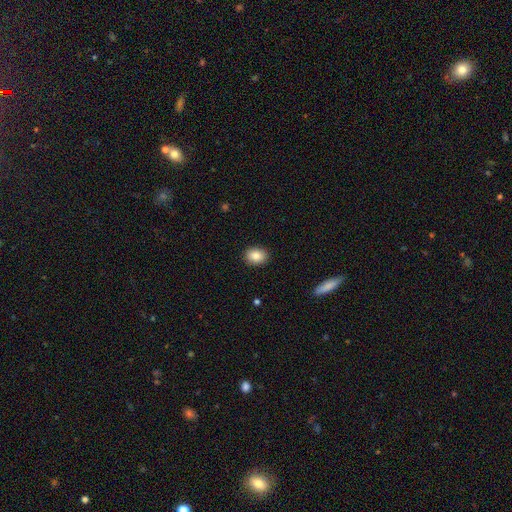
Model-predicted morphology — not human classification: Smooth or featured?
  - smooth: 86% *
  - star or artifact: 8%
  - featured or disk: 6%
How rounded?
  - in between: 60% *
  - round: 39%
  - cigar-shaped: 1%
Merging?
  - none: 90% *
  - minor disturbance: 7%
  - major disturbance: 2%
  - merger: 1%